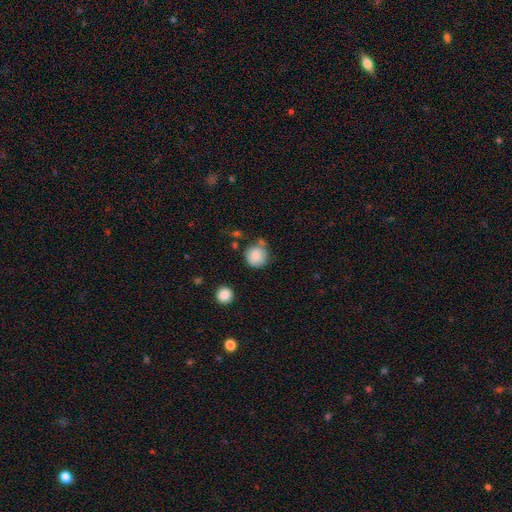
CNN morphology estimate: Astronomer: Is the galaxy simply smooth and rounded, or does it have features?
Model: smooth — 84%.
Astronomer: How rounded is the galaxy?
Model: round — 89%.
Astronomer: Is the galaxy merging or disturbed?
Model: none — 66%.